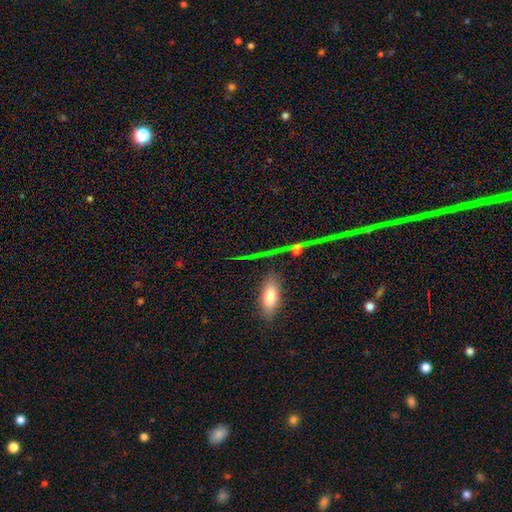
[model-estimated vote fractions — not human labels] Smooth or featured?
  - star or artifact: 39% *
  - smooth: 34%
  - featured or disk: 27%